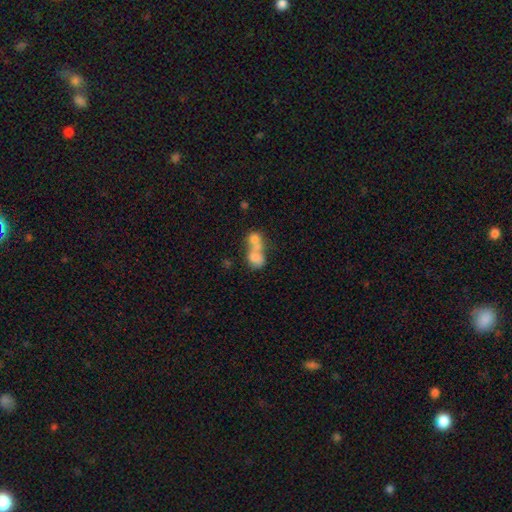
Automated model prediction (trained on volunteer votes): A smooth galaxy with no disk features (70%) that is round (50%). Merging: merger (74%).